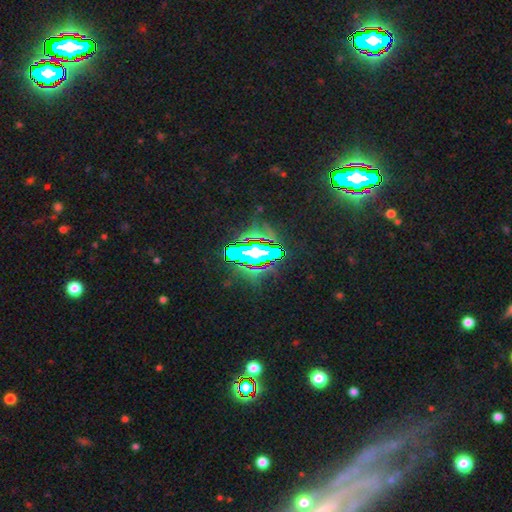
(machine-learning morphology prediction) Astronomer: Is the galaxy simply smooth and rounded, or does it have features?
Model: star or artifact — 81%.